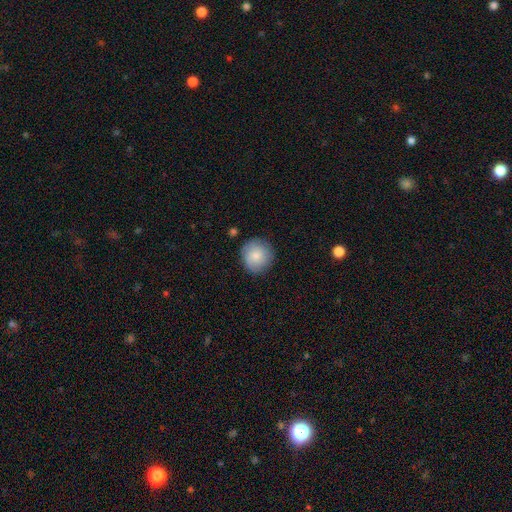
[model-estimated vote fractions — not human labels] Q: Smooth or featured?
A: smooth (80%); runner-up: featured or disk (13%)
Q: How rounded?
A: round (93%); runner-up: in between (6%)
Q: Merging?
A: none (85%); runner-up: minor disturbance (11%)